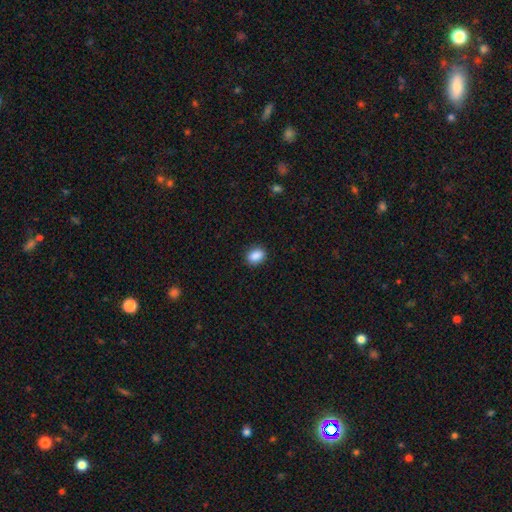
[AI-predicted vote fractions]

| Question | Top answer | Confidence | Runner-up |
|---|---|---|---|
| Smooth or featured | smooth | 89% | star or artifact (8%) |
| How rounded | in between | 65% | round (34%) |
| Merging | none | 89% | minor disturbance (8%) |